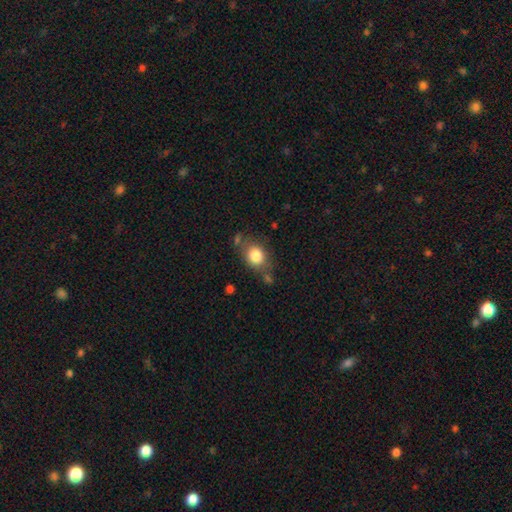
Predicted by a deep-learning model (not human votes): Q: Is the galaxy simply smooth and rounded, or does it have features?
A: smooth — 82%.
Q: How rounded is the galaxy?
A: in between — 51%.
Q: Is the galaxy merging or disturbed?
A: none — 65%.